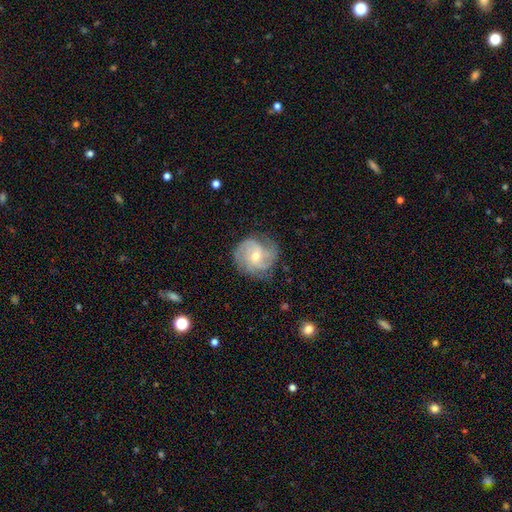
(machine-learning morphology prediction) Smooth or featured?
  - featured or disk: 81% *
  - smooth: 12%
  - star or artifact: 6%
Edge-on disk?
  - no: 97% *
  - yes: 3%
Bar?
  - no: 56% *
  - weak: 36%
  - strong: 8%
Spiral arms?
  - yes: 95% *
  - no: 5%
Spiral winding?
  - tight: 46% *
  - medium: 40%
  - loose: 13%
Spiral arm count?
  - 3: 37% *
  - 2: 25%
  - can't tell: 19%
  - 4: 10%
  - 1: 5%
  - more than 4: 5%
Bulge size?
  - small: 49% *
  - moderate: 47%
  - large: 1%
  - none: 1%
  - dominant: 1%
Merging?
  - none: 76% *
  - minor disturbance: 17%
  - major disturbance: 6%
  - merger: 1%